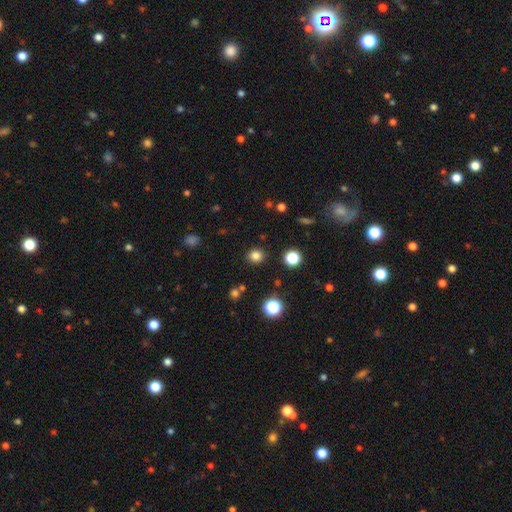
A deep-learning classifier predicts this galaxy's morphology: This appears to be a smooth galaxy with no disk features (82%) that is round (84%). Merging: none (89%).